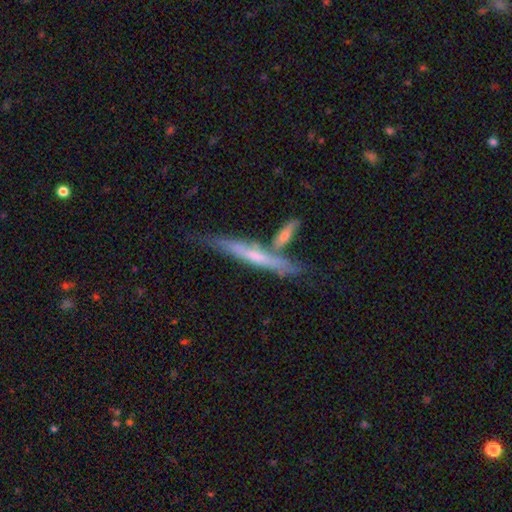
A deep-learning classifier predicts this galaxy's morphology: Smooth or featured? featured or disk (57%)
Edge-on disk? yes (90%)
Edge-on bulge? none (59%)
Merging? none (60%)